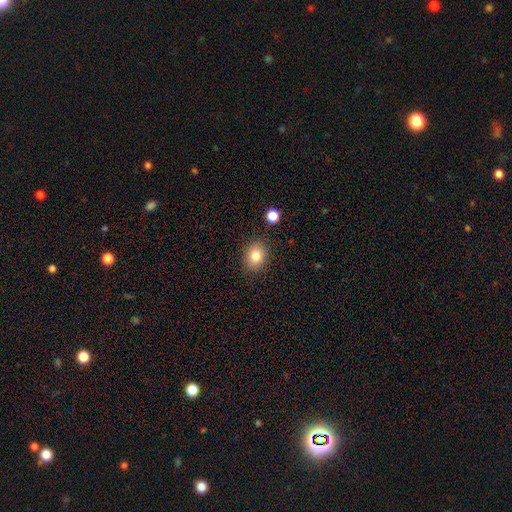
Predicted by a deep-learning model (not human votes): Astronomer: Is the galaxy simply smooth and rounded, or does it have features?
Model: smooth — 82%.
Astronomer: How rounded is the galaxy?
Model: round — 54% (runner-up: in between, 45%).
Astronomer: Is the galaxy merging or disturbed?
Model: none — 86%.